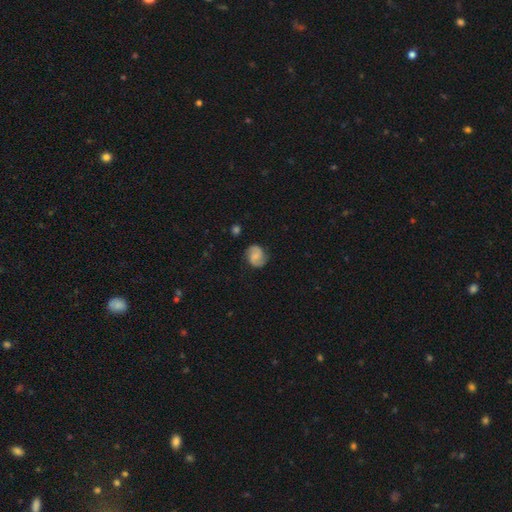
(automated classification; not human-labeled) Smooth or featured? featured or disk (68%)
Edge-on disk? no (98%)
Bar? no (53%)
Spiral arms? yes (95%)
Spiral winding? medium (48%)
Spiral arm count? 2 (91%)
Bulge size? small (42%)
Merging? none (82%)